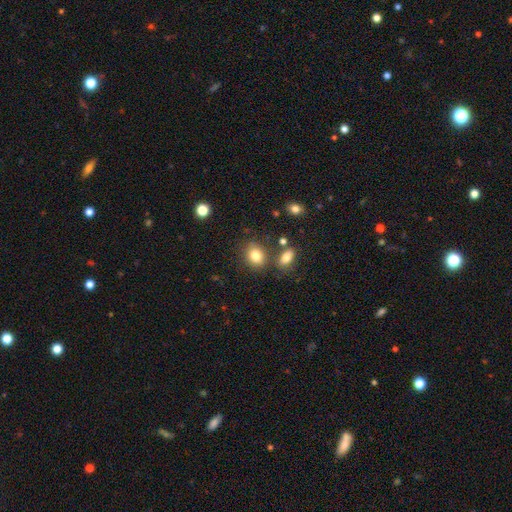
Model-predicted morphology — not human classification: A smooth galaxy with no disk features (82%) that is in between round and cigar-shaped (52%). Merging: none (73%).